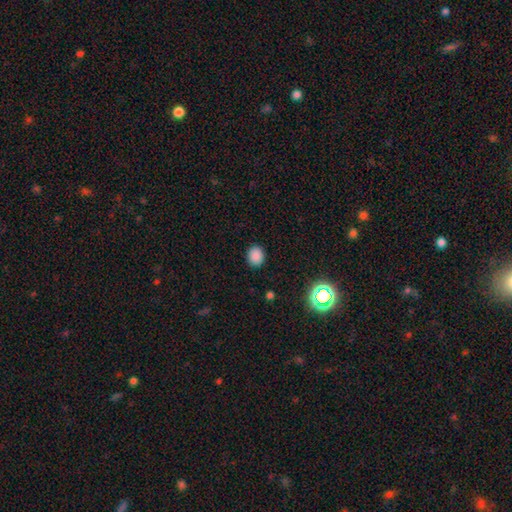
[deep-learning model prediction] smooth_or_featured: smooth (p=0.85) [alt: star or artifact p=0.12]
how_rounded: round (p=0.61) [alt: in between p=0.38]
merging: none (p=0.89) [alt: minor disturbance p=0.07]